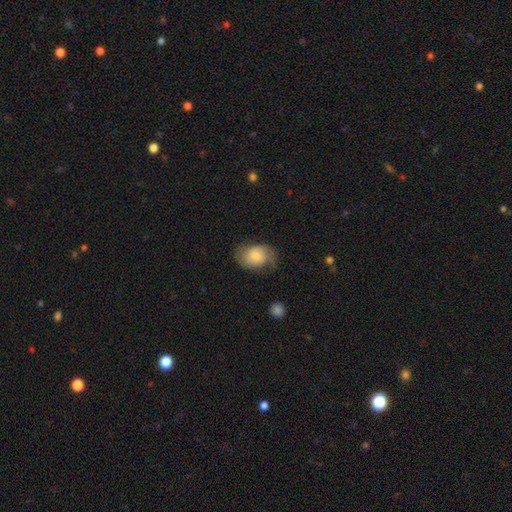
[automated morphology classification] Smooth or featured? Predicted: smooth (p=0.54). How rounded? Predicted: in between (p=0.72). Merging? Predicted: none (p=0.55).